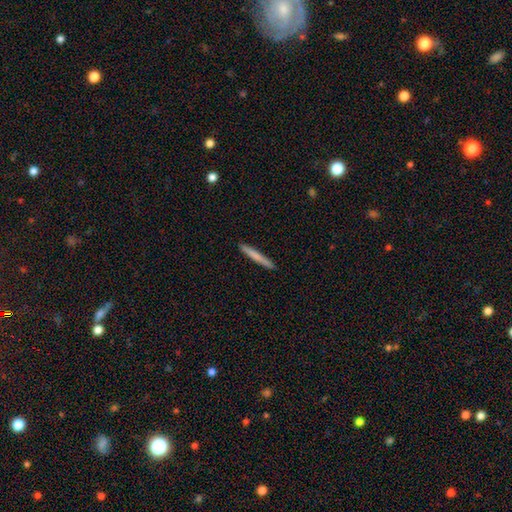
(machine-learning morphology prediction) Smooth or featured: smooth — 71% (featured or disk — 24%)
How rounded: cigar-shaped — 97% (in between — 2%)
Merging: none — 92% (minor disturbance — 5%)